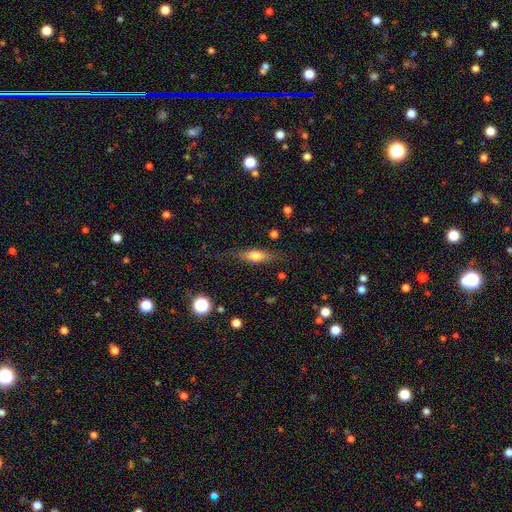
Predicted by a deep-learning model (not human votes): Smooth or featured: smooth — 60% (featured or disk — 31%)
How rounded: in between — 50% (cigar-shaped — 46%)
Merging: none — 72% (minor disturbance — 19%)